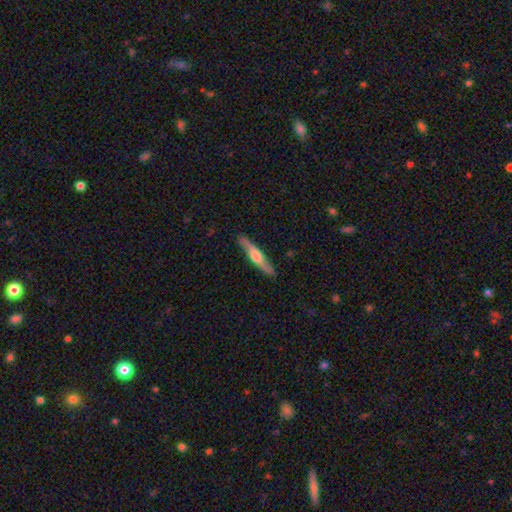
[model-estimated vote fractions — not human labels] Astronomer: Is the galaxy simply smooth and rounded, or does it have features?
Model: featured or disk — 62%.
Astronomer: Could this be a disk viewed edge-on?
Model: yes — 88%.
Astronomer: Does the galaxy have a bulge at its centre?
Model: rounded — 80%.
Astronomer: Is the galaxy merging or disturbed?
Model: none — 87%.